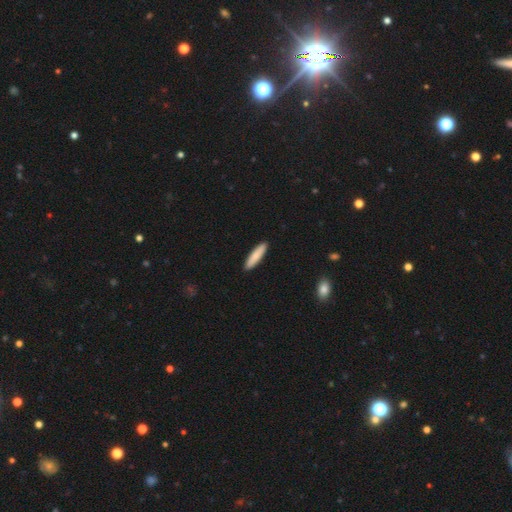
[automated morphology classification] Smooth or featured? smooth (84%)
How rounded? cigar-shaped (79%)
Merging? none (92%)